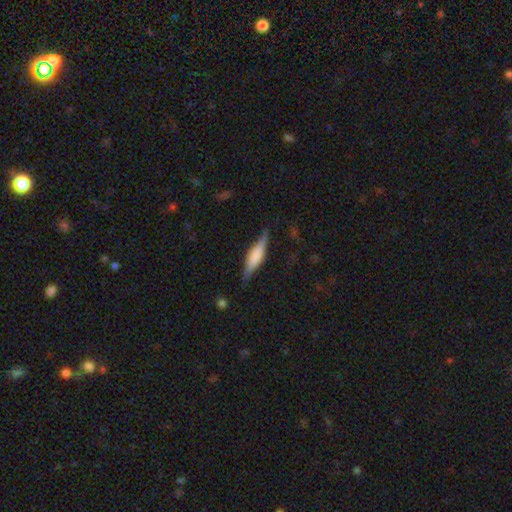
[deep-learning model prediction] Overall: featured or disk (56%; smooth 37%). Edge-on disk: yes (95%). Edge-on bulge: boxy (49%; rounded 40%). Merging: none (80%).